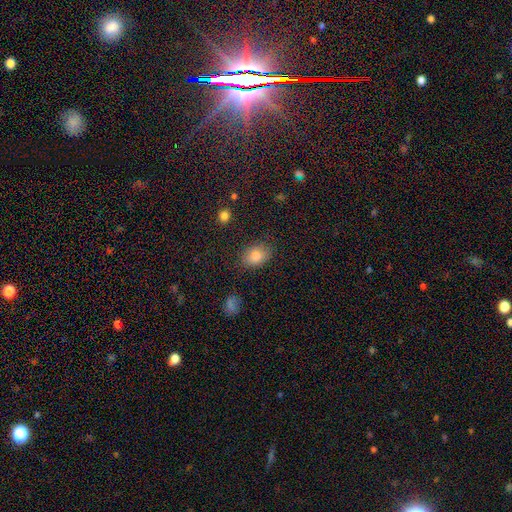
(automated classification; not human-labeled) The model was most divided on "how rounded": in between: 76%, round: 23%, cigar-shaped: 1%. More confident: smooth or featured — smooth (83%); merging — none (81%).